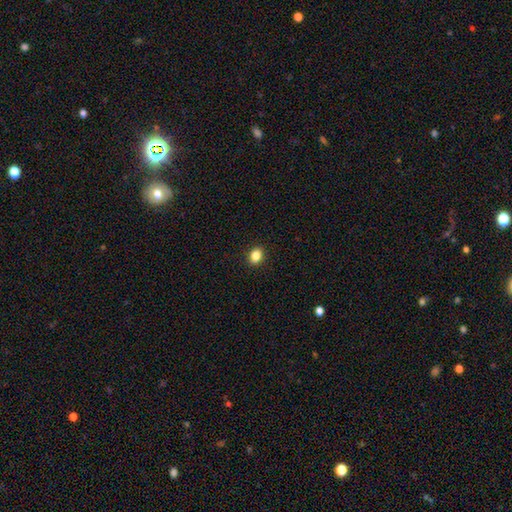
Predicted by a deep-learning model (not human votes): This appears to be a smooth galaxy with no disk features (85%) that is in between round and cigar-shaped (55%). Merging: none (91%).